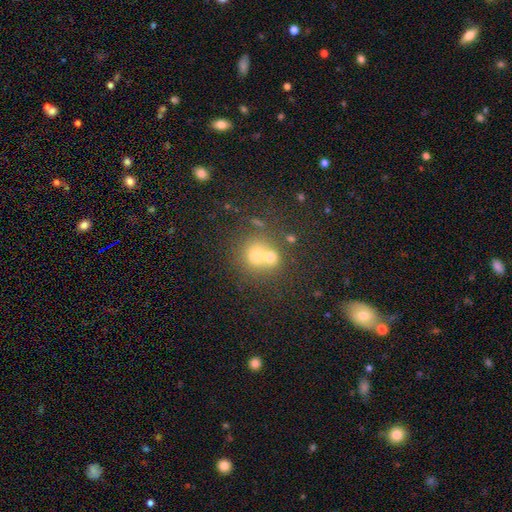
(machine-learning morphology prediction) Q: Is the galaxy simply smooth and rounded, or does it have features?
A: smooth — 67%.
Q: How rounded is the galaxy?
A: round — 81%.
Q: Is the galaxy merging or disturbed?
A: merger — 55%.